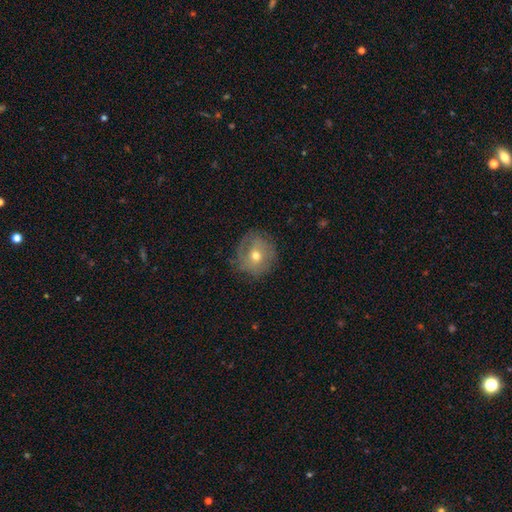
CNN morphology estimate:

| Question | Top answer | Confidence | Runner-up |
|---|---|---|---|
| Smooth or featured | smooth | 47% | featured or disk (44%) |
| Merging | none | 74% | minor disturbance (18%) |